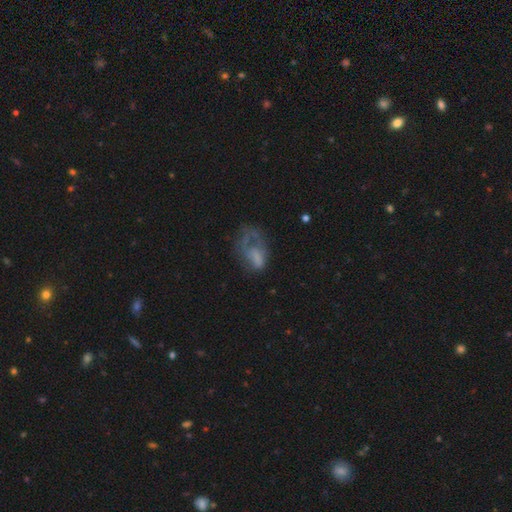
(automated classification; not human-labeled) Morphology: type=smooth (45%); merging=major disturbance (49%).